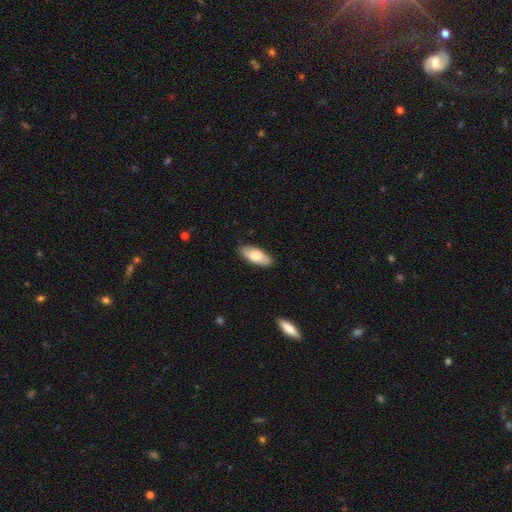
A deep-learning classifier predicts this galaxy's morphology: A smooth galaxy with no disk features (78%) that is in between round and cigar-shaped (81%). Merging: none (86%).